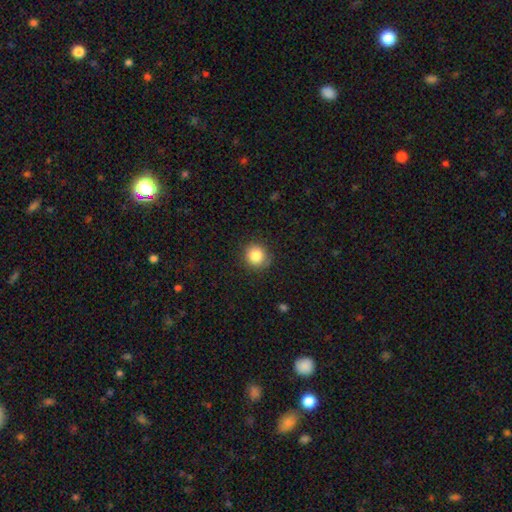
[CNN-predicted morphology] This is clearly a smooth galaxy (85%). How rounded: clearly round (90%). Merging: clearly none (86%).